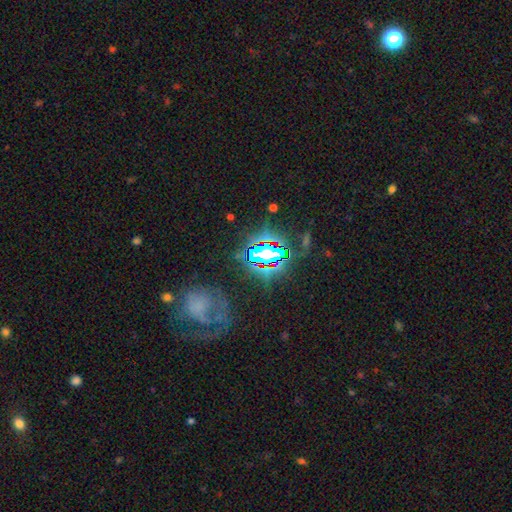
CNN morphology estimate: Overall: star or artifact (64%).